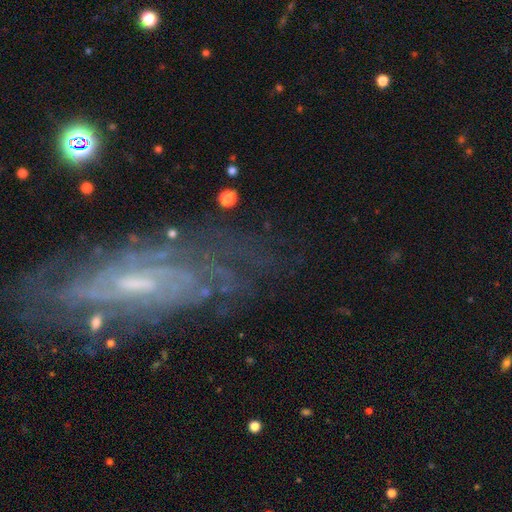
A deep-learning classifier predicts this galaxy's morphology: This appears to be a featured or disk galaxy (77%) with no bar (47%), tight (66%) spiral arms (88%) and a small central bulge (60%). Merging: none (75%).